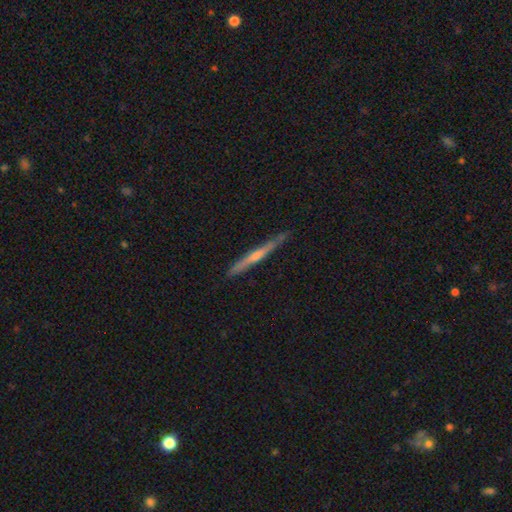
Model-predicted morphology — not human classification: Overall: featured or disk (72%). Edge-on disk: yes (98%). Edge-on bulge: rounded (75%). Merging: none (90%).